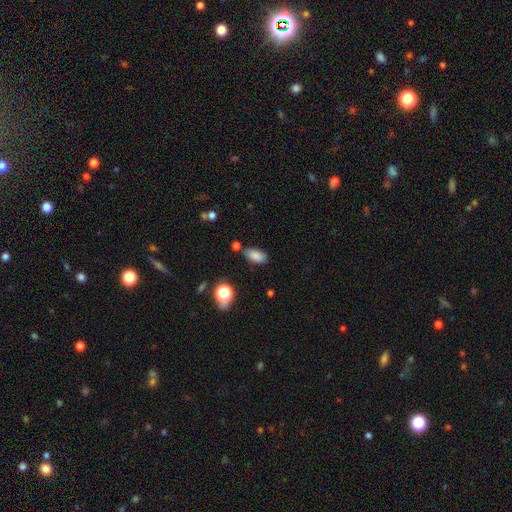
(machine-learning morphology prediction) A smooth galaxy with no disk features (82%) that is in between round and cigar-shaped (91%). Merging: none (72%).